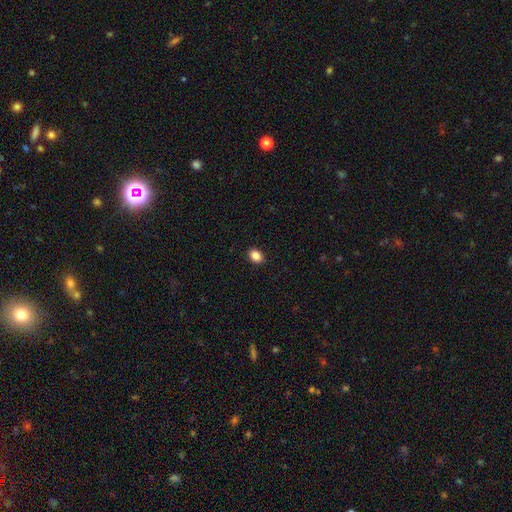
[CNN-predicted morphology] type=smooth (87%); roundness=in between (69%); merging=none (90%).